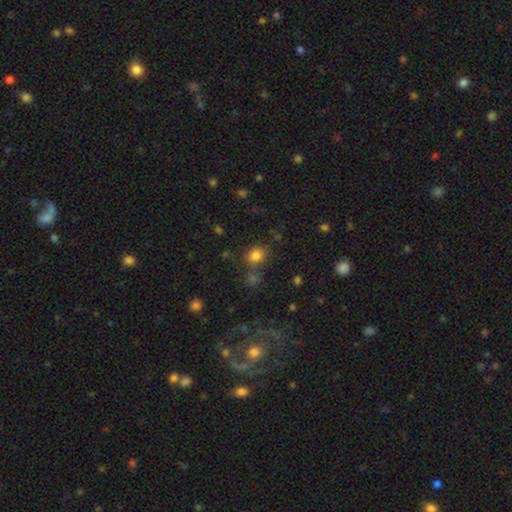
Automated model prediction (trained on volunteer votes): Q: Smooth or featured?
A: smooth (81%); runner-up: star or artifact (14%)
Q: How rounded?
A: round (67%); runner-up: in between (32%)
Q: Merging?
A: none (73%); runner-up: minor disturbance (11%)